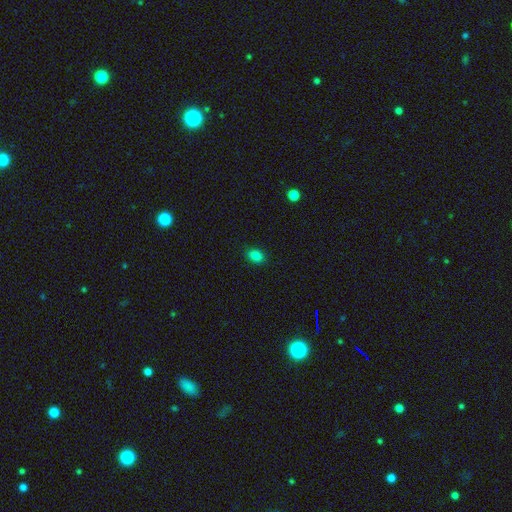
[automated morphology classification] Smooth or featured? Predicted: smooth (p=0.84). How rounded? Predicted: in between (p=0.73). Merging? Predicted: none (p=0.89).